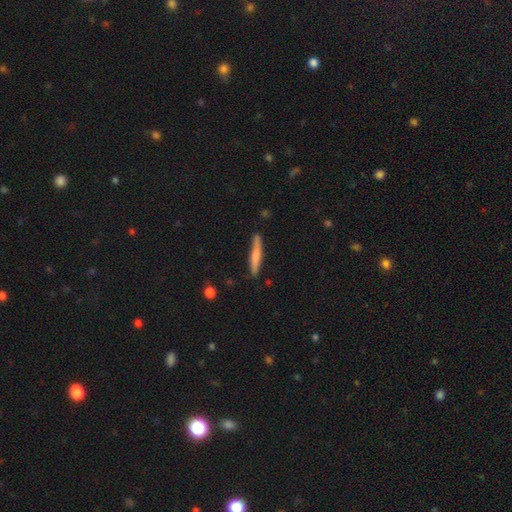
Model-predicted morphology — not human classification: The model was most divided on "smooth or featured": smooth: 61%, featured or disk: 34%, star or artifact: 5%. More confident: how rounded — cigar-shaped (93%); merging — none (82%).